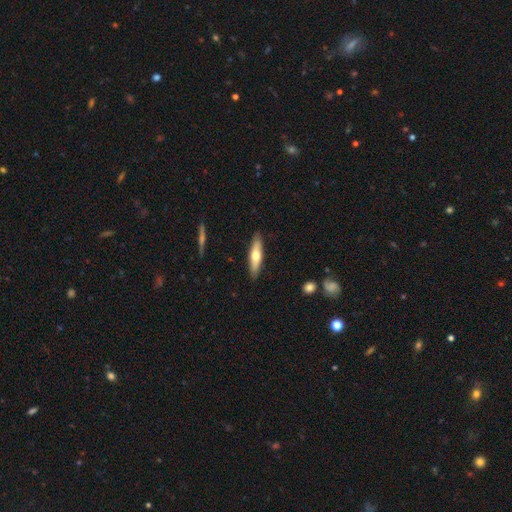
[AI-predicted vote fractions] This appears to be a smooth galaxy with no disk features (53%) that is cigar-shaped (72%). Merging: none (89%).